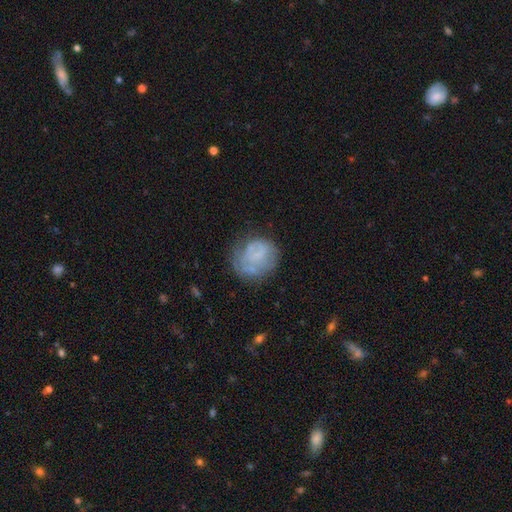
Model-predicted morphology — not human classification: smooth_or_featured: smooth (p=0.47) [alt: featured or disk p=0.43]
merging: none (p=0.53) [alt: minor disturbance p=0.26]